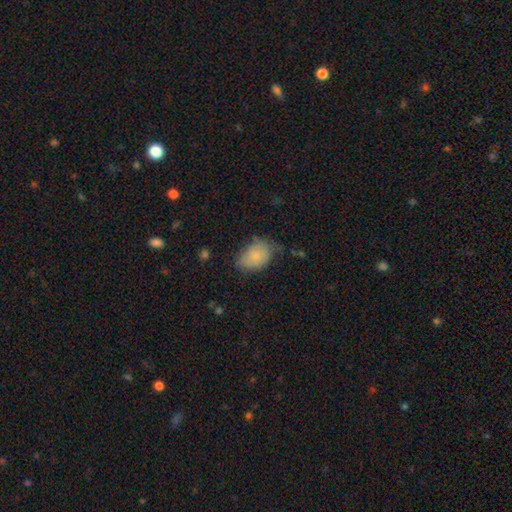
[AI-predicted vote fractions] Morphology: type=smooth (78%); roundness=in between (83%); merging=none (55%).